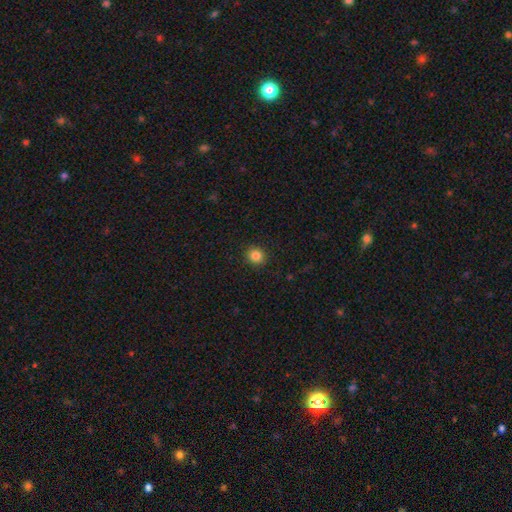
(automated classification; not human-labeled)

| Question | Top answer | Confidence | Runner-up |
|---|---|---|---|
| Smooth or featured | smooth | 84% | star or artifact (11%) |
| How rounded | round | 85% | in between (14%) |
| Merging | none | 91% | minor disturbance (6%) |